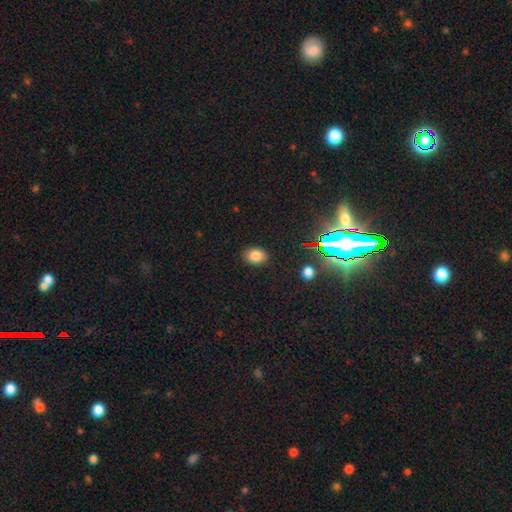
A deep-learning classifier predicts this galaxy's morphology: This is likely a smooth galaxy (80%). How rounded: likely in between (73%). Merging: clearly none (86%).